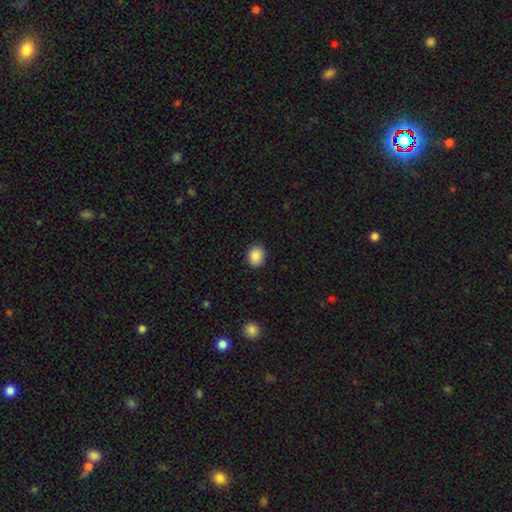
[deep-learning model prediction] Morphology: type=smooth (88%); roundness=round (63%); merging=none (88%).